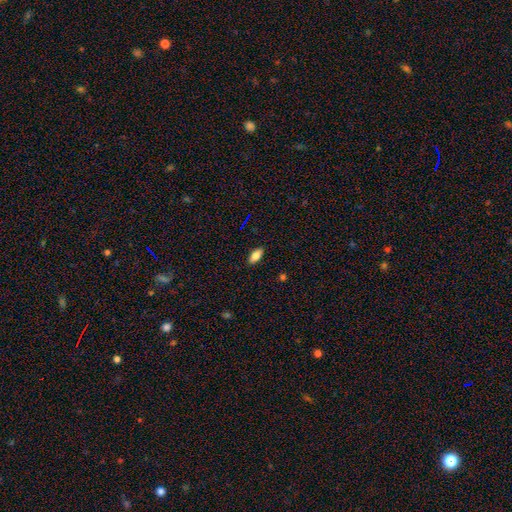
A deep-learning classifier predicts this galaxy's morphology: A smooth galaxy with no disk features (81%) that is in between round and cigar-shaped (90%).

Vote fractions:
- Smooth or featured? smooth: 81% / featured or disk: 10% / star or artifact: 8%
- How rounded? in between: 90% / cigar-shaped: 7% / round: 3%
- Merging? none: 88% / minor disturbance: 9% / major disturbance: 2% / merger: 1%